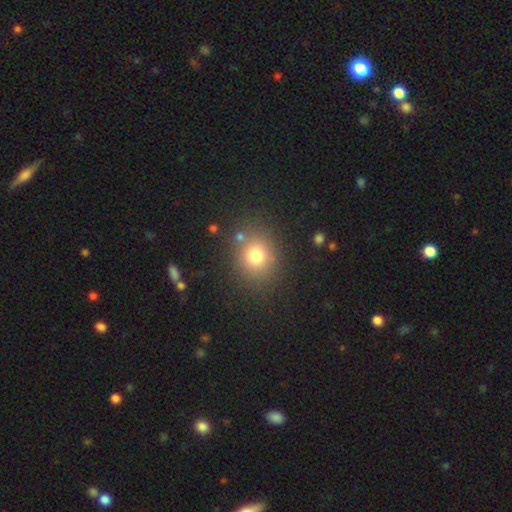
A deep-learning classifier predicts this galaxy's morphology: Overall: smooth (76%). How rounded: round (72%). Merging: none (81%).